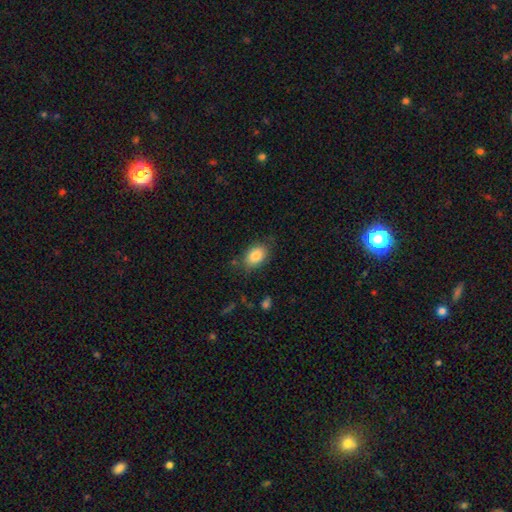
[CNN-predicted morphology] Smooth or featured?
  - smooth: 84% *
  - featured or disk: 8%
  - star or artifact: 8%
How rounded?
  - in between: 84% *
  - round: 15%
  - cigar-shaped: 1%
Merging?
  - none: 77% *
  - minor disturbance: 17%
  - major disturbance: 4%
  - merger: 2%